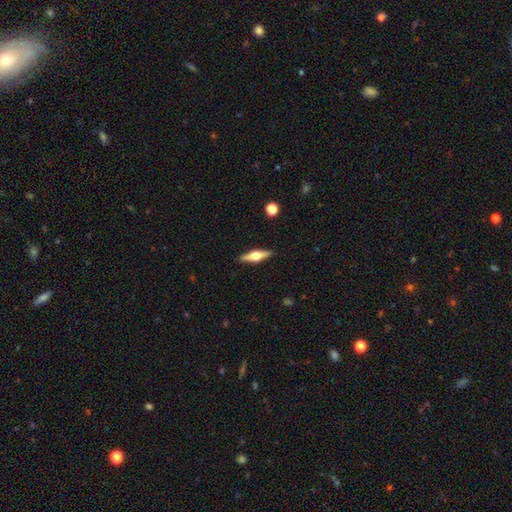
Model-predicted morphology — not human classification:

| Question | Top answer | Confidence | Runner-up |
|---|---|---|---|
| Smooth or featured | featured or disk | 64% | smooth (31%) |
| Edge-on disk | yes | 96% | no (4%) |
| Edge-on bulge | rounded | 95% | boxy (3%) |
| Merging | none | 90% | minor disturbance (7%) |